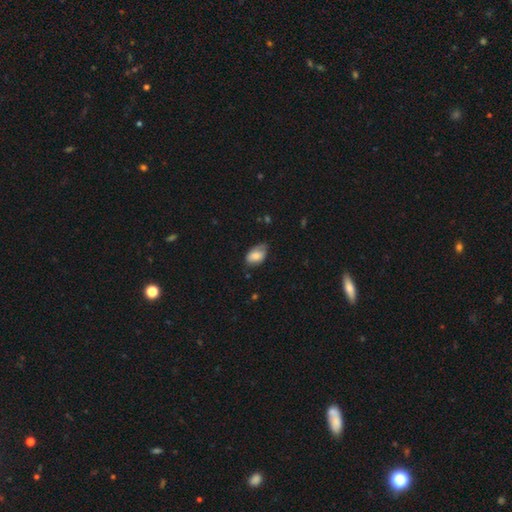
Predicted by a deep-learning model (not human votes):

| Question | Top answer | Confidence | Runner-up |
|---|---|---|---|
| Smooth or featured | smooth | 77% | featured or disk (16%) |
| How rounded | in between | 90% | round (9%) |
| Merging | none | 56% | minor disturbance (35%) |